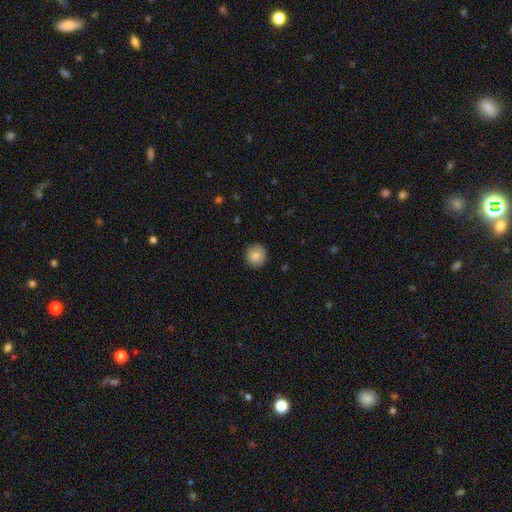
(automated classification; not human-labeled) Smooth or featured? smooth (84%)
How rounded? round (92%)
Merging? none (89%)